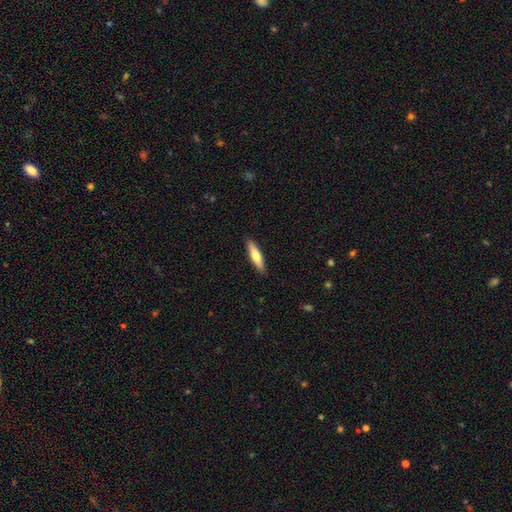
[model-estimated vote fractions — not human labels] Morphology: type=smooth (63%); roundness=cigar-shaped (80%); merging=none (90%).